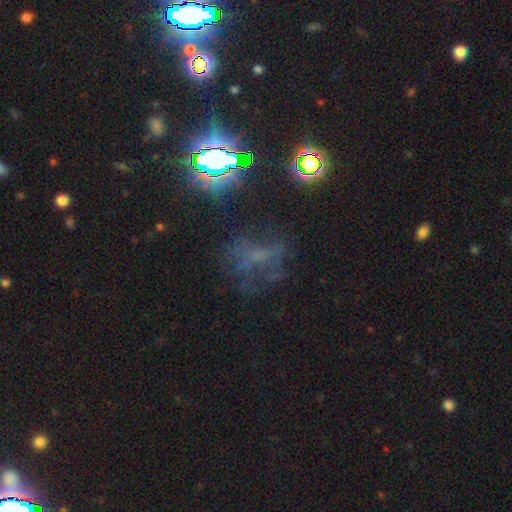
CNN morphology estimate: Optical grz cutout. It shows a star or artifact, not a galaxy (50%).